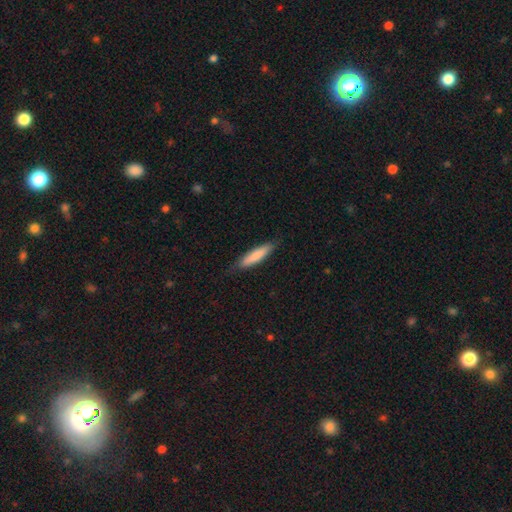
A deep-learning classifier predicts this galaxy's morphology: The model was most divided on "smooth or featured": smooth: 80%, featured or disk: 15%, star or artifact: 5%. More confident: how rounded — cigar-shaped (82%); merging — none (82%).